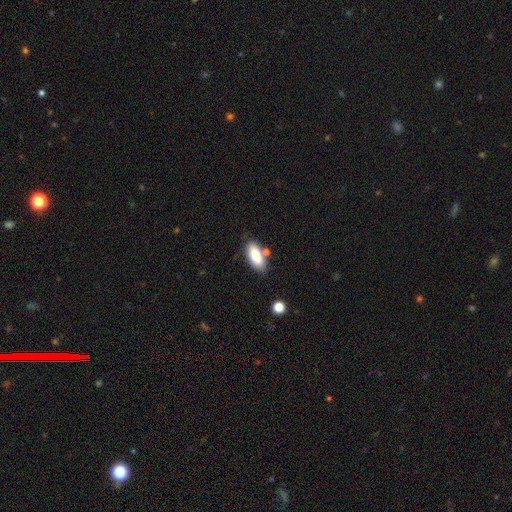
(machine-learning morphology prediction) smooth-or-featured: smooth: 86% | featured or disk: 7% | star or artifact: 7%
  how-rounded: in between: 83% | cigar-shaped: 14% | round: 2%
  merging: none: 68% | minor disturbance: 17% | merger: 11% | major disturbance: 4%